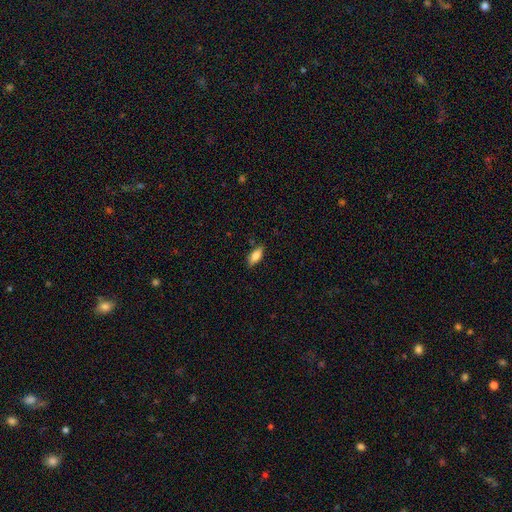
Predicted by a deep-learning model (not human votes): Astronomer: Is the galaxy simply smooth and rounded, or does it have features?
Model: smooth — 76%.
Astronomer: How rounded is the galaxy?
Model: in between — 74%.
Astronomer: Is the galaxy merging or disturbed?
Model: none — 83%.